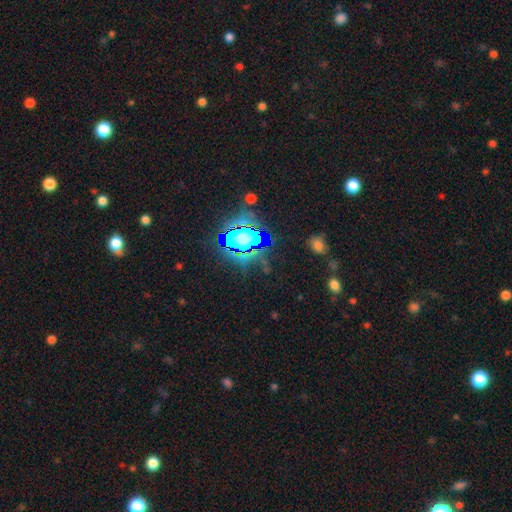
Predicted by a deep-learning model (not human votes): A star or artifact, not a galaxy (82%).